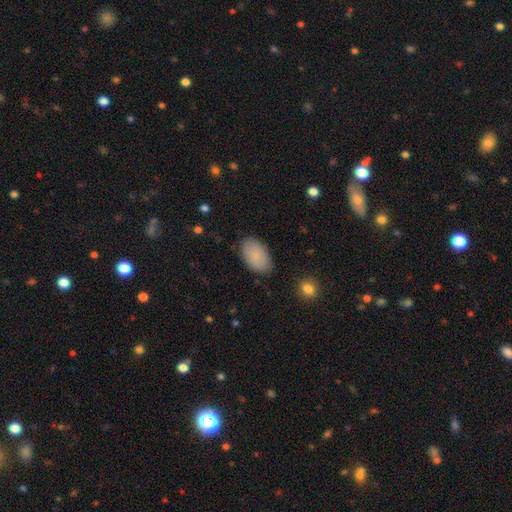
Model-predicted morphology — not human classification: A smooth galaxy with no disk features (88%) that is in between round and cigar-shaped (94%).

Vote fractions:
- Smooth or featured? smooth: 88% / star or artifact: 7% / featured or disk: 5%
- How rounded? in between: 94% / round: 5% / cigar-shaped: 1%
- Merging? none: 86% / minor disturbance: 11% / major disturbance: 3% / merger: 1%